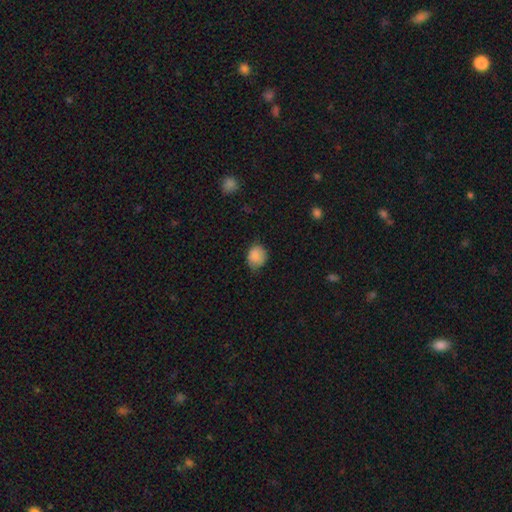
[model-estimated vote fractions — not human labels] smooth-or-featured: smooth: 86% | star or artifact: 9% | featured or disk: 5%
  how-rounded: round: 53% | in between: 46% | cigar-shaped: 1%
  merging: none: 65% | minor disturbance: 29% | major disturbance: 5% | merger: 1%